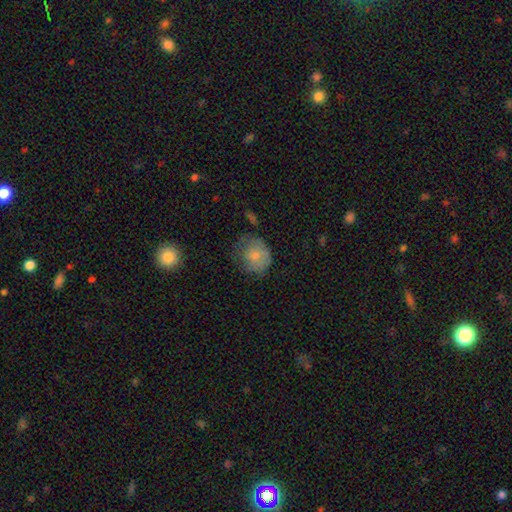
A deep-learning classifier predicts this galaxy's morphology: Smooth or featured?
  - smooth: 72% *
  - featured or disk: 19%
  - star or artifact: 8%
How rounded?
  - round: 73% *
  - in between: 26%
  - cigar-shaped: 1%
Merging?
  - none: 49% *
  - minor disturbance: 31%
  - major disturbance: 18%
  - merger: 3%